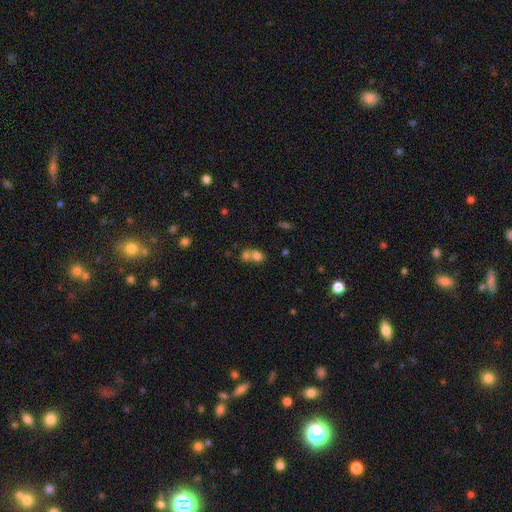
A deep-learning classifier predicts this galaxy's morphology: smooth 76%, star or artifact 13%, featured or disk 11%. Down the decision tree: how rounded — round (58%); merging — merger (59%).